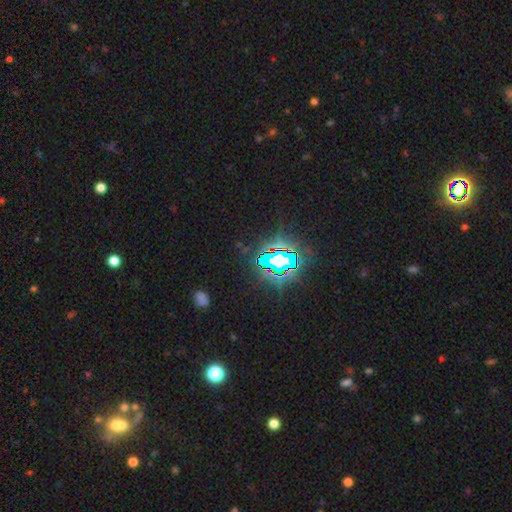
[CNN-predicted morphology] Q: Smooth or featured?
A: star or artifact (83%); runner-up: smooth (10%)